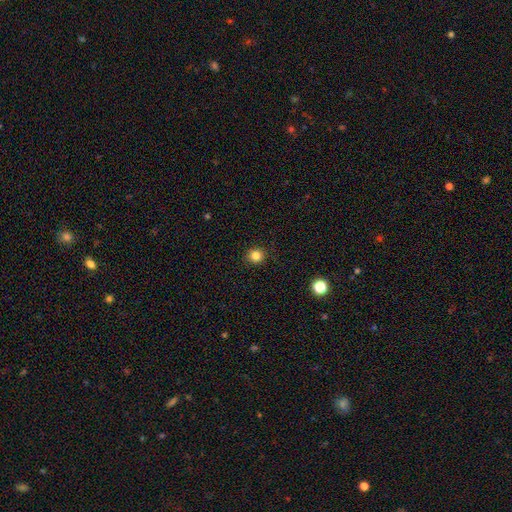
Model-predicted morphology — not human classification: This appears to be a smooth galaxy with no disk features (83%) that is round (91%). Merging: none (92%).